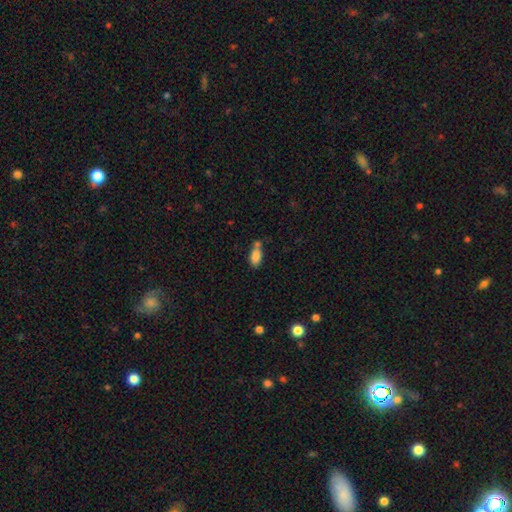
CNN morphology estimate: Smooth or featured?
  - smooth: 84% *
  - star or artifact: 9%
  - featured or disk: 7%
How rounded?
  - in between: 89% *
  - cigar-shaped: 7%
  - round: 4%
Merging?
  - none: 43% *
  - merger: 31%
  - minor disturbance: 19%
  - major disturbance: 7%